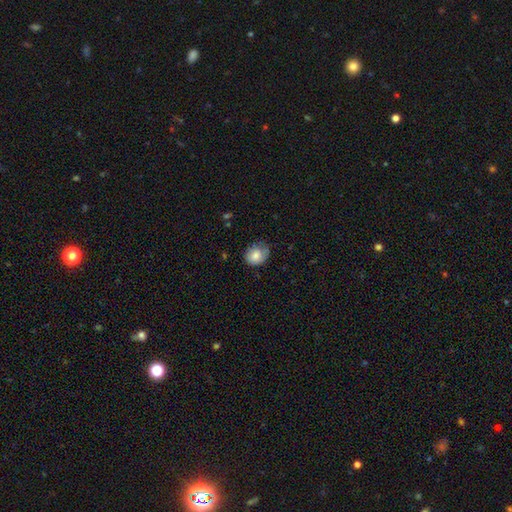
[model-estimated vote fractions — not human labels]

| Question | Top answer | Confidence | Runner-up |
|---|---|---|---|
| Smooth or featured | smooth | 79% | featured or disk (14%) |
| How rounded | round | 58% | in between (41%) |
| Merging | none | 56% | minor disturbance (33%) |